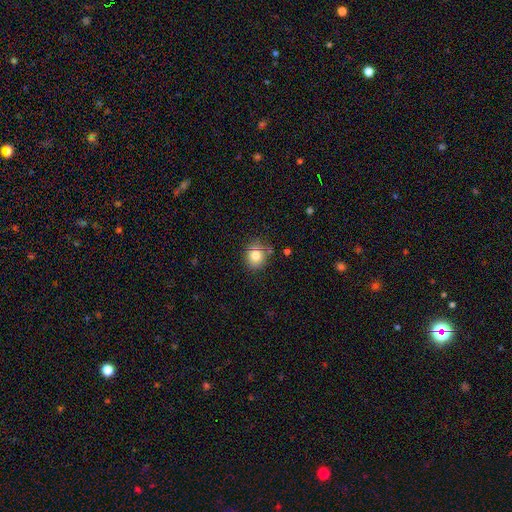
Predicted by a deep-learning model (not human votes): Smooth or featured? Predicted: smooth (p=0.80). How rounded? Predicted: round (p=0.77). Merging? Predicted: none (p=0.75).